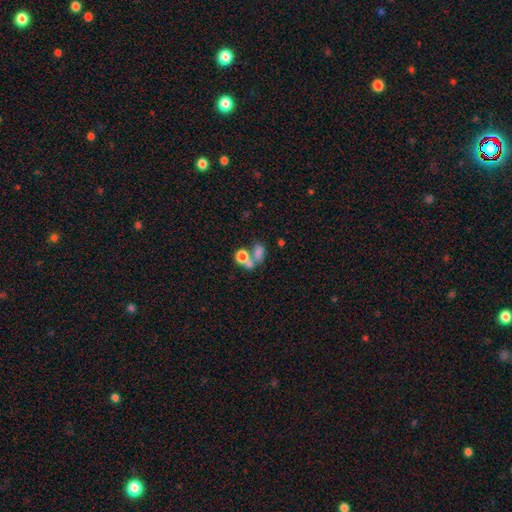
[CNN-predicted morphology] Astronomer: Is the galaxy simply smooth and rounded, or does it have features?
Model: smooth — 64%.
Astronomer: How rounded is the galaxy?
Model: in between — 68%.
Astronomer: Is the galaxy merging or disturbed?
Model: merger — 52% (runner-up: none, 30%).